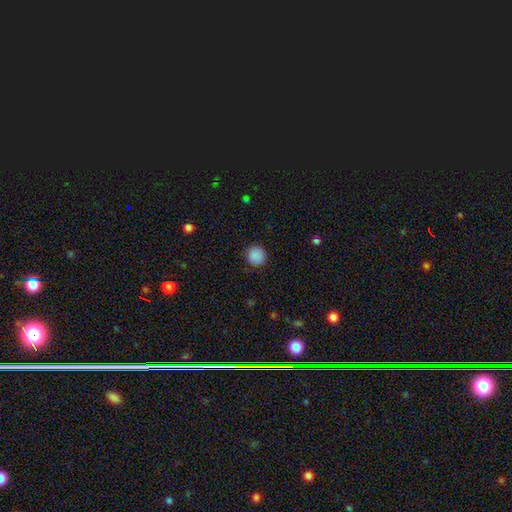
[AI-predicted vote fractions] Morphology: type=smooth (88%); roundness=round (93%); merging=none (88%).